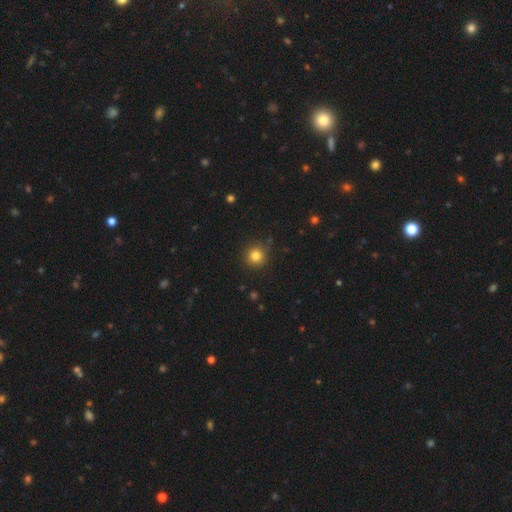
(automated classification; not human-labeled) The model was most divided on "smooth or featured": smooth: 82%, star or artifact: 13%, featured or disk: 6%. More confident: how rounded — round (94%); merging — none (88%).